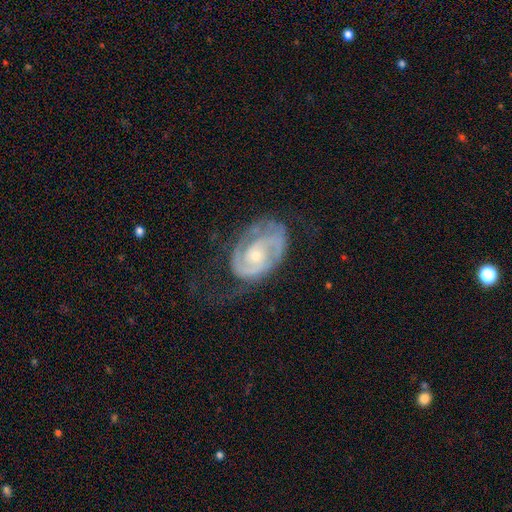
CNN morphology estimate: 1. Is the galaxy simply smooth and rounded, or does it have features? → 86% featured or disk, 9% smooth, 5% star or artifact.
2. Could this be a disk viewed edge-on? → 97% no, 3% yes.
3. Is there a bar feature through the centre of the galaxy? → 66% no, 28% weak, 5% strong.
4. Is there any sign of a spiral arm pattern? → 95% yes, 5% no.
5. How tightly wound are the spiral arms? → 57% tight, 34% medium, 9% loose.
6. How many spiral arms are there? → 68% 2, 15% can't tell, 7% 3, 7% 1, 2% 4, 2% more than 4.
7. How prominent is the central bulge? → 55% small, 40% moderate, 2% none, 2% large, 1% dominant.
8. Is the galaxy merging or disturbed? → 57% none, 23% minor disturbance, 17% major disturbance, 2% merger.